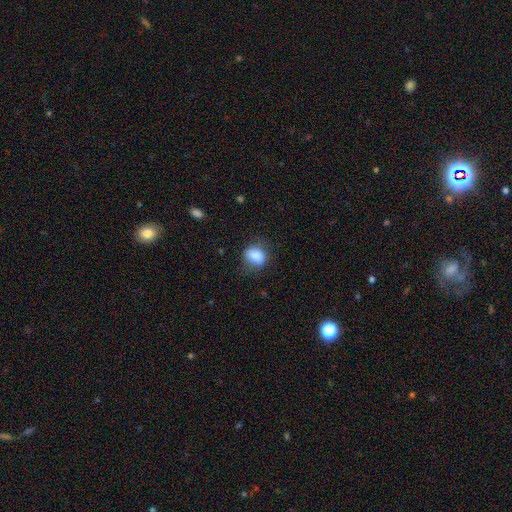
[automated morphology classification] smooth 85%, star or artifact 8%, featured or disk 7%. Down the decision tree: how rounded — in between (59%); merging — none (65%).